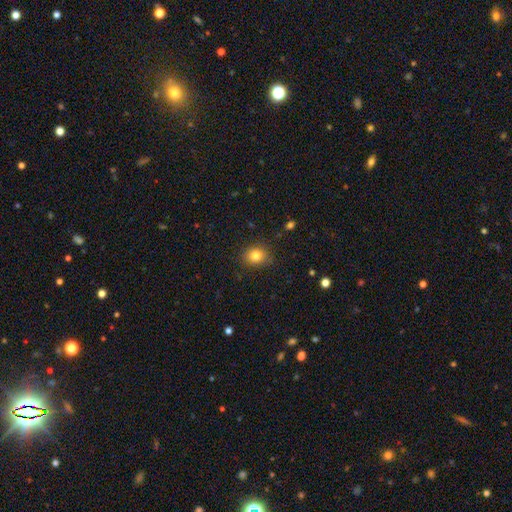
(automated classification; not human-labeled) smooth 81%, star or artifact 11%, featured or disk 7%. Down the decision tree: how rounded — round (62%); merging — none (86%).